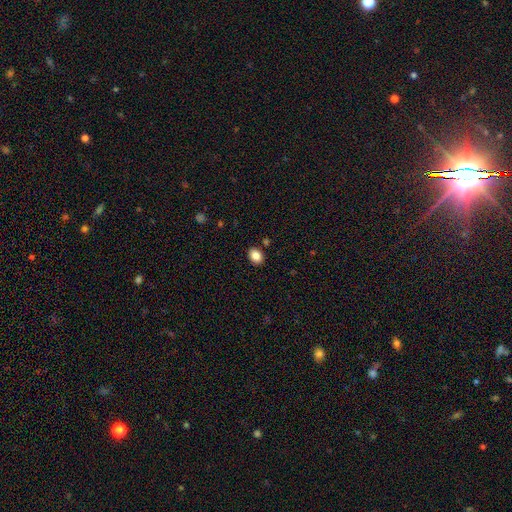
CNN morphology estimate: Smooth or featured?
  - smooth: 84% *
  - star or artifact: 10%
  - featured or disk: 7%
How rounded?
  - in between: 59% *
  - round: 40%
  - cigar-shaped: 1%
Merging?
  - none: 89% *
  - minor disturbance: 7%
  - merger: 2%
  - major disturbance: 2%